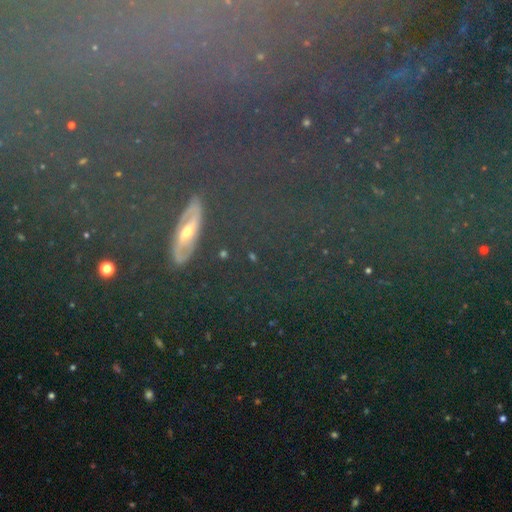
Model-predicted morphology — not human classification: smooth-or-featured: star or artifact: 62% | smooth: 20% | featured or disk: 18%